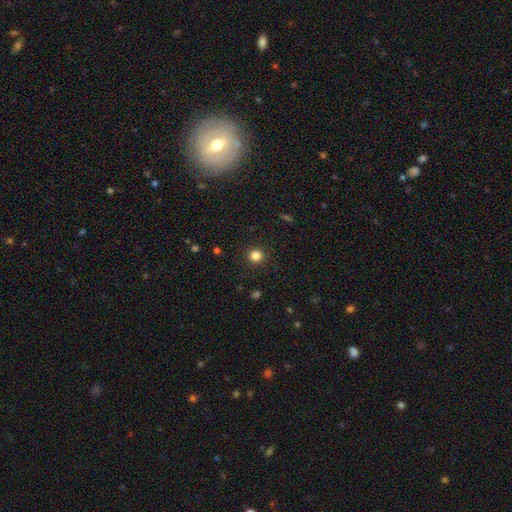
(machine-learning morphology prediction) A smooth galaxy with no disk features (83%) that is round (93%).

Vote fractions:
- Smooth or featured? smooth: 83% / star or artifact: 13% / featured or disk: 4%
- How rounded? round: 93% / in between: 6% / cigar-shaped: 1%
- Merging? none: 91% / minor disturbance: 6% / major disturbance: 2% / merger: 1%